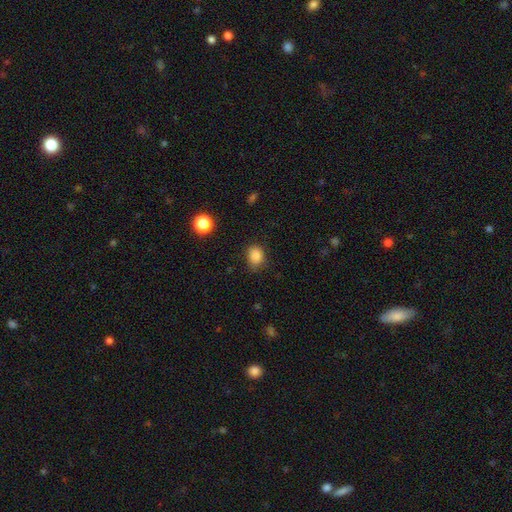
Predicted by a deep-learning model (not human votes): Overall: smooth (85%). How rounded: in between (51%; round 48%). Merging: none (70%).